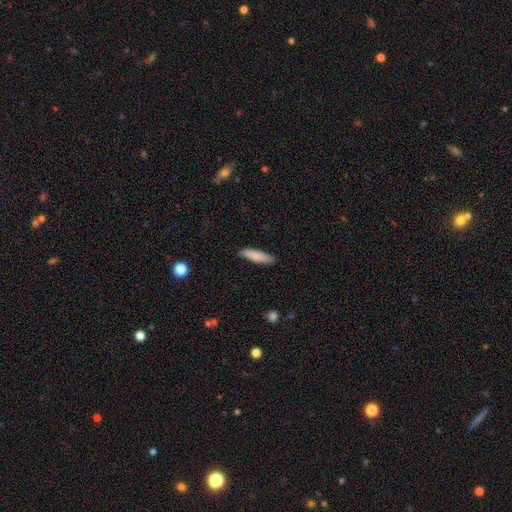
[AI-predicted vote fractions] This is clearly a smooth galaxy (82%). How rounded: likely cigar-shaped (74%). Merging: clearly none (88%).